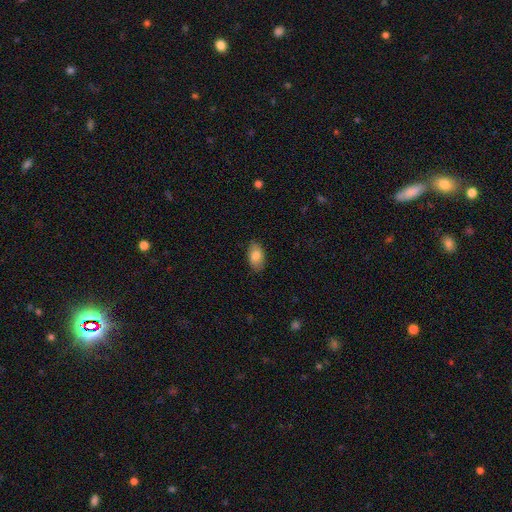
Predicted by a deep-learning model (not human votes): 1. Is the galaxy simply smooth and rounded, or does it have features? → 82% smooth, 11% featured or disk, 7% star or artifact.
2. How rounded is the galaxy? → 92% in between, 5% round, 2% cigar-shaped.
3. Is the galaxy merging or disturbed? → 87% none, 10% minor disturbance, 2% major disturbance, 1% merger.